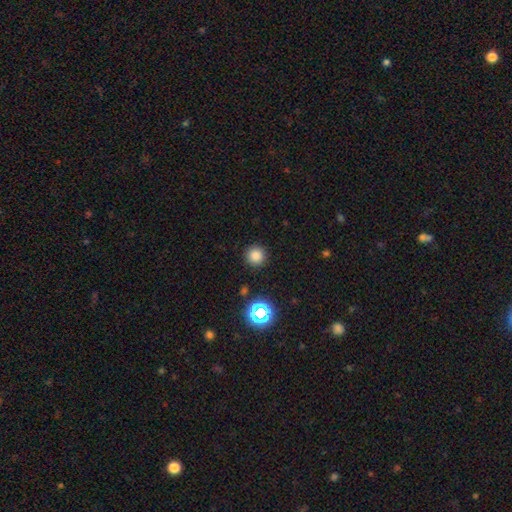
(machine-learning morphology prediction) smooth-or-featured: smooth: 79% | star or artifact: 16% | featured or disk: 4%
  how-rounded: round: 95% | in between: 4% | cigar-shaped: 1%
  merging: none: 91% | minor disturbance: 6% | major disturbance: 2% | merger: 1%